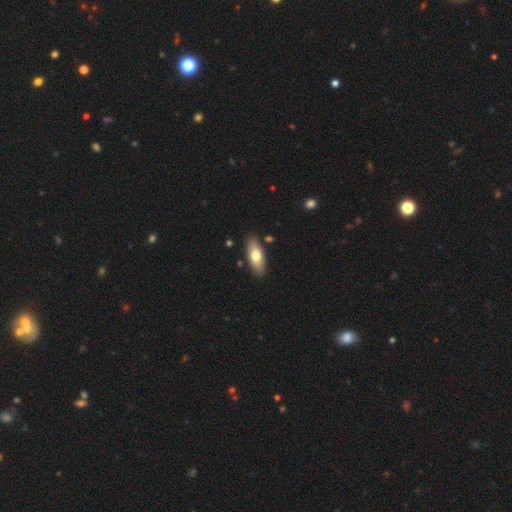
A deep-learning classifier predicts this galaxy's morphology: Smooth or featured? Predicted: smooth (p=0.71). How rounded? Predicted: in between (p=0.79). Merging? Predicted: none (p=0.86).